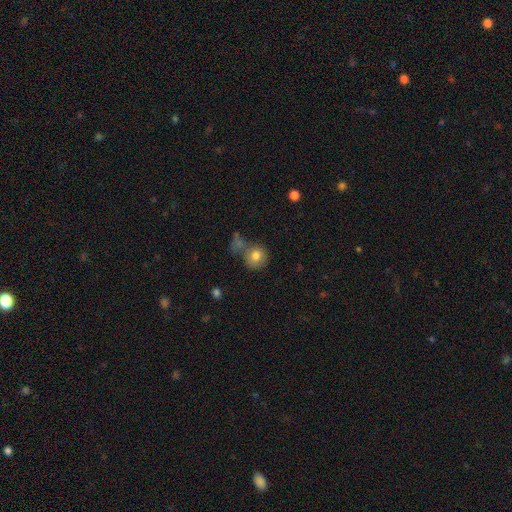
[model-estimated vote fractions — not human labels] A smooth galaxy with no disk features (79%) that is round (84%). Merging: none (55%).